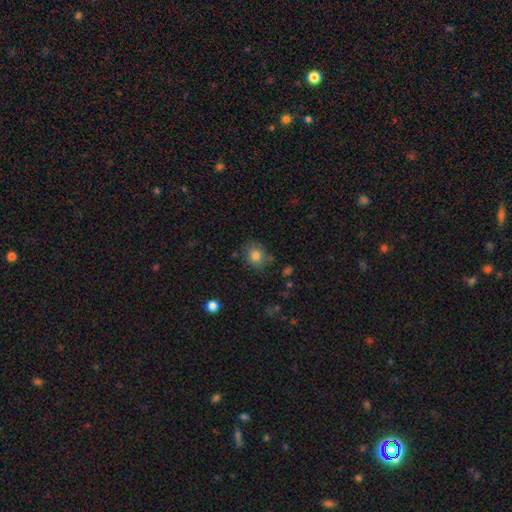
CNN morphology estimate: smooth 82%, star or artifact 11%, featured or disk 8%. Down the decision tree: how rounded — round (78%); merging — none (76%).